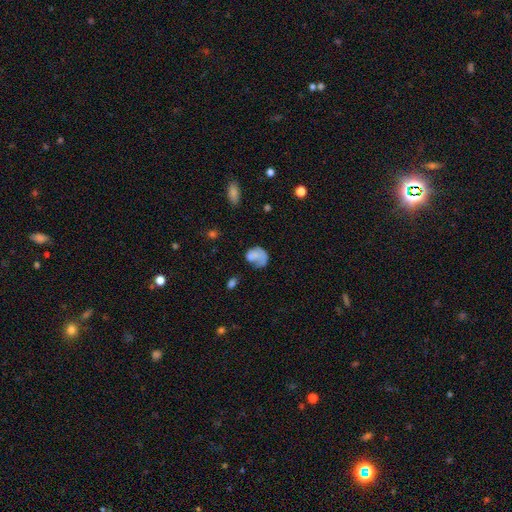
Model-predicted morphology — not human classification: This appears to be a smooth galaxy with no disk features (62%) that is in between round and cigar-shaped (55%). Merging: major disturbance (41%).